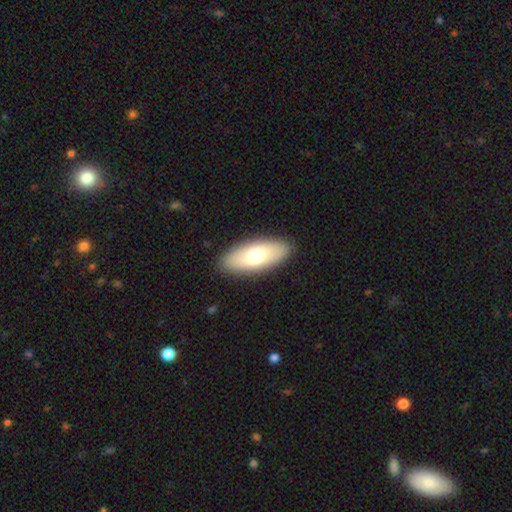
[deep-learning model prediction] Smooth or featured: smooth — 69% (featured or disk — 25%)
How rounded: in between — 82% (cigar-shaped — 16%)
Merging: none — 89% (minor disturbance — 8%)